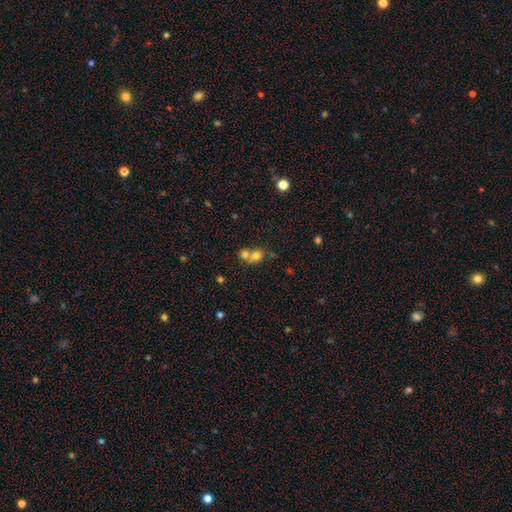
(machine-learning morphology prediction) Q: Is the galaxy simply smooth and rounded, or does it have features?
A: smooth — 73%.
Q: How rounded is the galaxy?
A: round — 65%.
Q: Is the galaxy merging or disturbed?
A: merger — 65%.